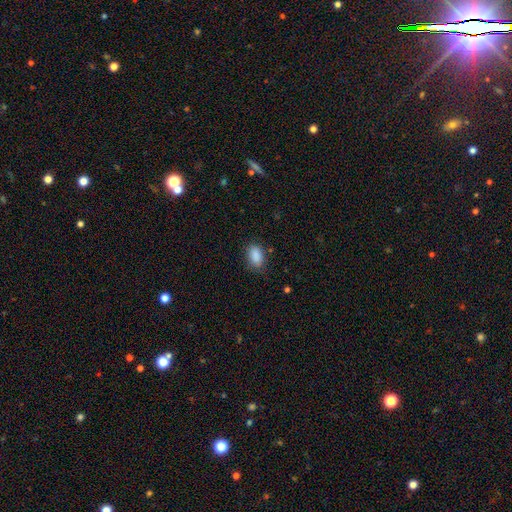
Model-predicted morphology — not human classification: type=smooth (88%); roundness=in between (89%); merging=none (78%).